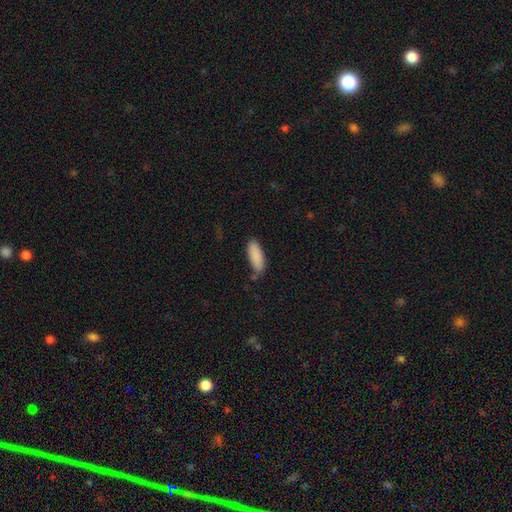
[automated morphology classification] smooth-or-featured: smooth: 89% | star or artifact: 6% | featured or disk: 5%
  how-rounded: in between: 70% | cigar-shaped: 29% | round: 2%
  merging: none: 75% | minor disturbance: 18% | merger: 3% | major disturbance: 3%